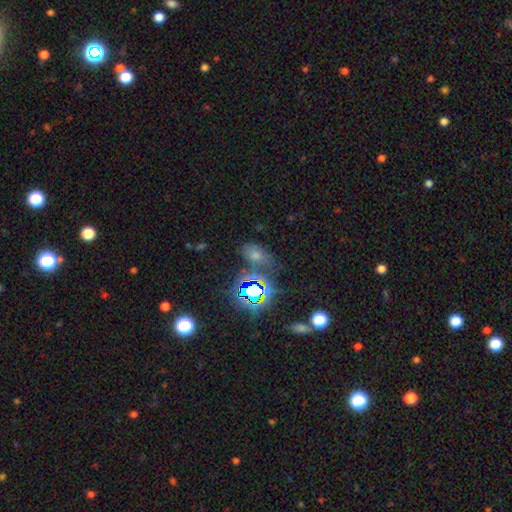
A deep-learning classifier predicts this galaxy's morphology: This is possibly a smooth galaxy (50%). Merging: likely none (65%).